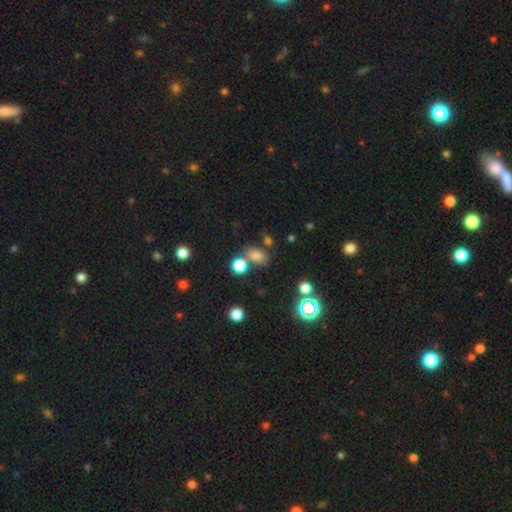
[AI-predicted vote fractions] Smooth or featured? Predicted: smooth (p=0.73). How rounded? Predicted: in between (p=0.73). Merging? Predicted: none (p=0.61).